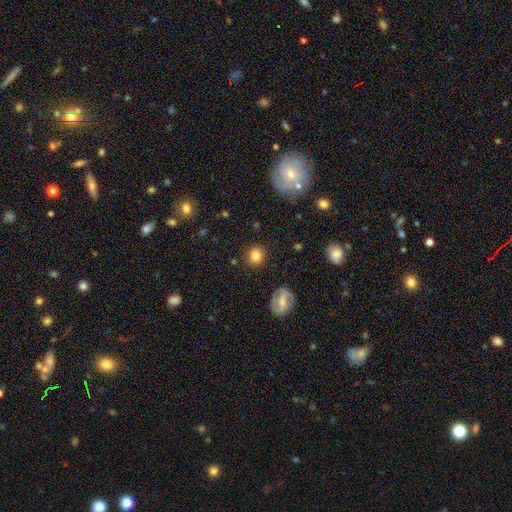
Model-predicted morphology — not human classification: smooth 81%, star or artifact 10%, featured or disk 9%. Down the decision tree: how rounded — round (85%); merging — none (87%).